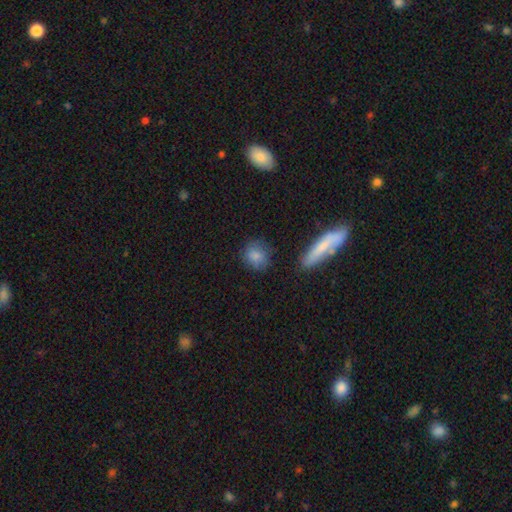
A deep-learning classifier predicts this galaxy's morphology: Q: Smooth or featured?
A: smooth (84%); runner-up: star or artifact (8%)
Q: How rounded?
A: round (64%); runner-up: in between (32%)
Q: Merging?
A: none (74%); runner-up: minor disturbance (17%)